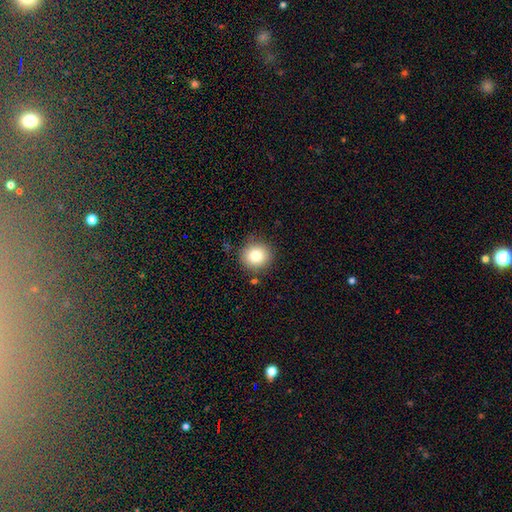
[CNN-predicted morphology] Q: Smooth or featured?
A: smooth (82%); runner-up: star or artifact (10%)
Q: How rounded?
A: round (92%); runner-up: in between (7%)
Q: Merging?
A: none (84%); runner-up: minor disturbance (10%)